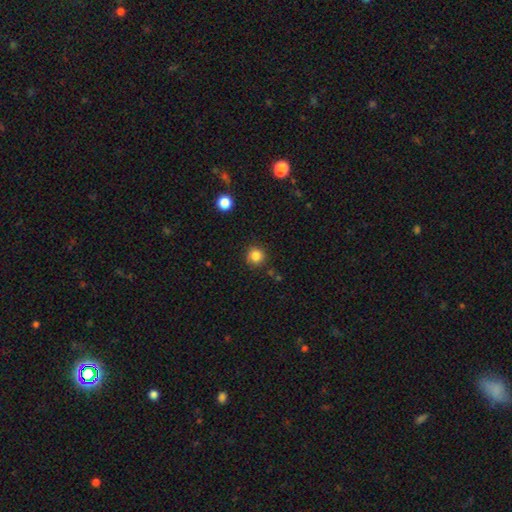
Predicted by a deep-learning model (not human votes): Q: Smooth or featured?
A: smooth (84%); runner-up: star or artifact (11%)
Q: How rounded?
A: round (93%); runner-up: in between (6%)
Q: Merging?
A: none (86%); runner-up: minor disturbance (9%)